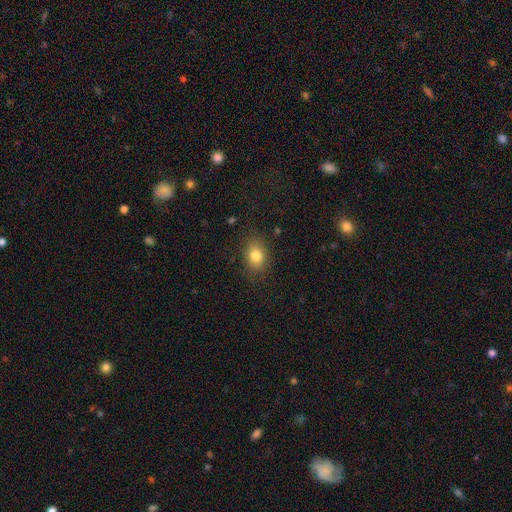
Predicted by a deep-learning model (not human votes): Overall: smooth (82%). How rounded: in between (70%). Merging: none (82%).